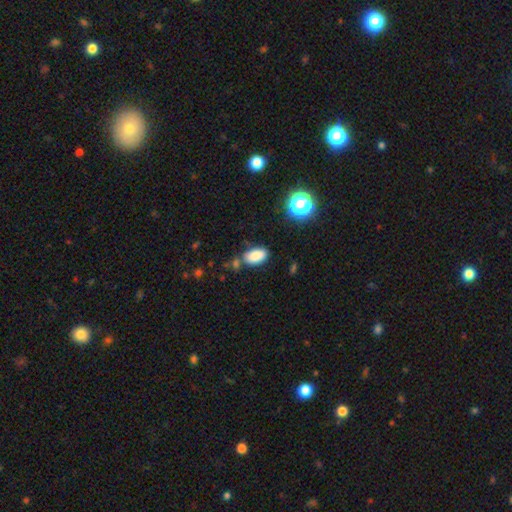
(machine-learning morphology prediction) Smooth or featured? Predicted: smooth (p=0.86). How rounded? Predicted: in between (p=0.93). Merging? Predicted: none (p=0.73).